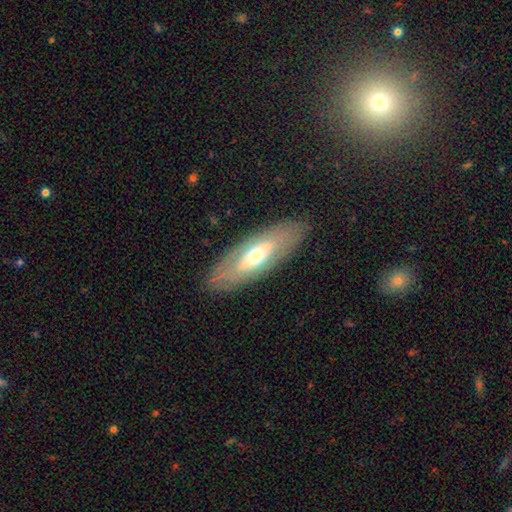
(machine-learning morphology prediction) This is possibly a featured or disk galaxy (52%). It is likely not viewed edge-on (71%). Merging: clearly none (84%).